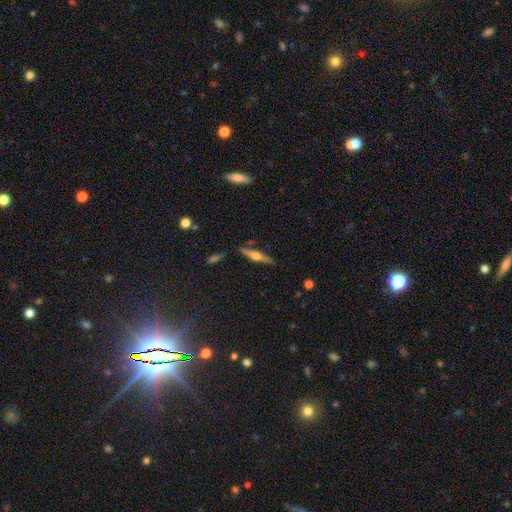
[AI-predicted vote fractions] smooth-or-featured: featured or disk: 71% | smooth: 22% | star or artifact: 7%
  disk-edge-on: yes: 97% | no: 3%
    edge-on-bulge: rounded: 92% | boxy: 5% | none: 3%
  merging: none: 85% | minor disturbance: 10% | merger: 3% | major disturbance: 2%